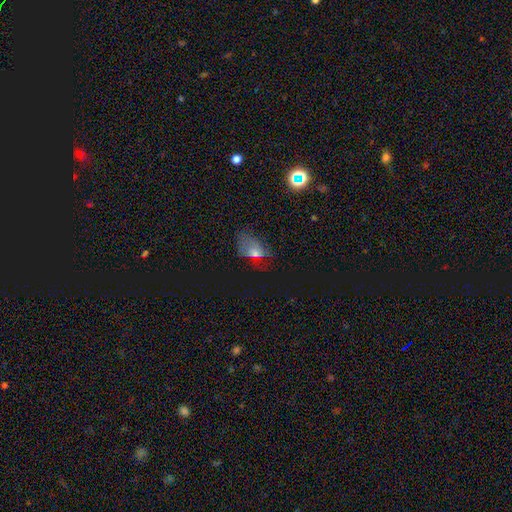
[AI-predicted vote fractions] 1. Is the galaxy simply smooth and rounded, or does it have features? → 45% smooth, 28% featured or disk, 27% star or artifact.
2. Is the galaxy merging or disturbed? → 37% none, 32% major disturbance, 26% minor disturbance, 4% merger.